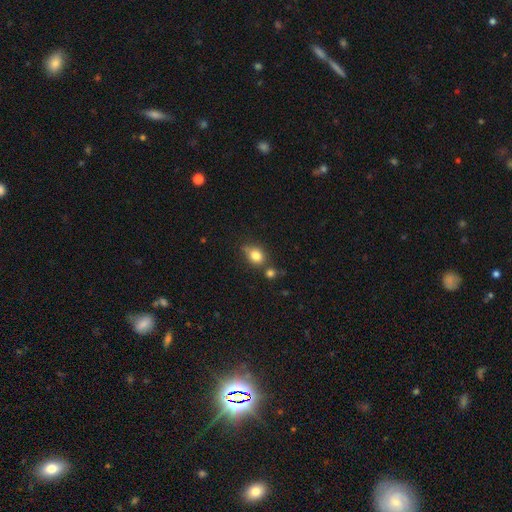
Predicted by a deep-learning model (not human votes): The model was most divided on "how rounded": round: 54%, in between: 45%, cigar-shaped: 1%. More confident: smooth or featured — smooth (81%); merging — none (59%).